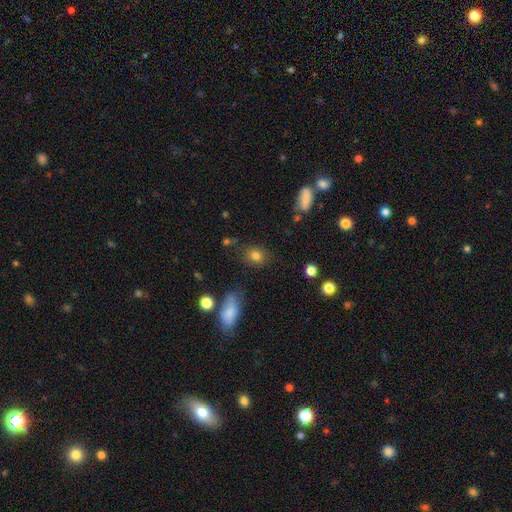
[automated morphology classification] Smooth or featured? Predicted: smooth (p=0.79). How rounded? Predicted: round (p=0.52). Merging? Predicted: none (p=0.79).